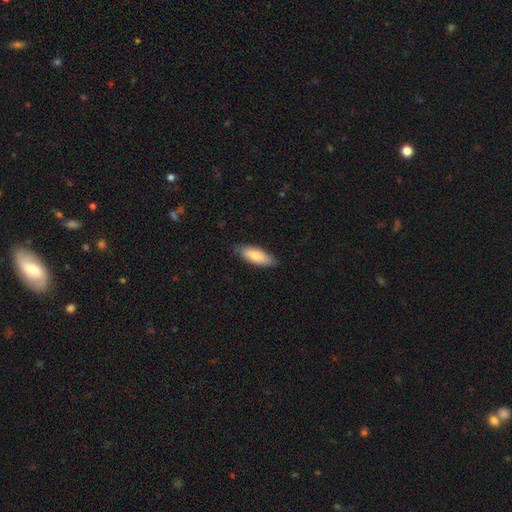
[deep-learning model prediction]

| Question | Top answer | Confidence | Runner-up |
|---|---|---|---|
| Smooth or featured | smooth | 79% | featured or disk (15%) |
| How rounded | in between | 68% | cigar-shaped (30%) |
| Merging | none | 82% | minor disturbance (15%) |